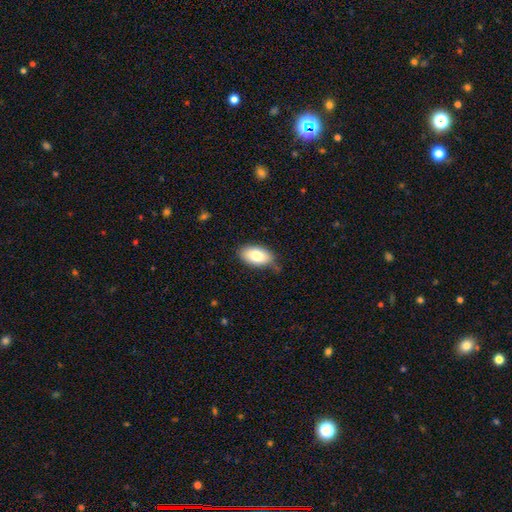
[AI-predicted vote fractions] Smooth or featured?
  - smooth: 81% *
  - featured or disk: 12%
  - star or artifact: 7%
How rounded?
  - in between: 93% *
  - round: 4%
  - cigar-shaped: 3%
Merging?
  - none: 75% *
  - minor disturbance: 19%
  - major disturbance: 4%
  - merger: 2%